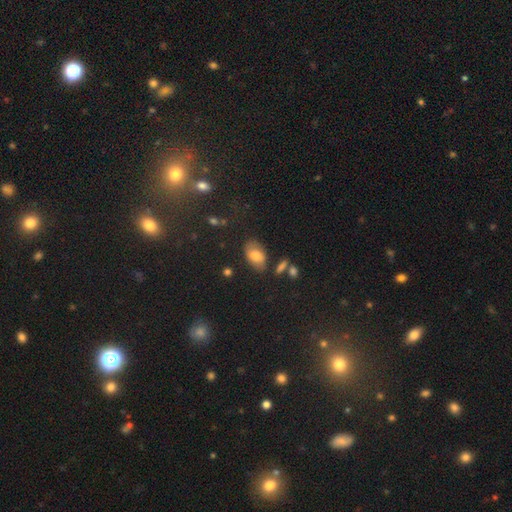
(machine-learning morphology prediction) Smooth or featured: smooth — 74% (featured or disk — 15%)
How rounded: in between — 91% (round — 7%)
Merging: none — 72% (minor disturbance — 19%)